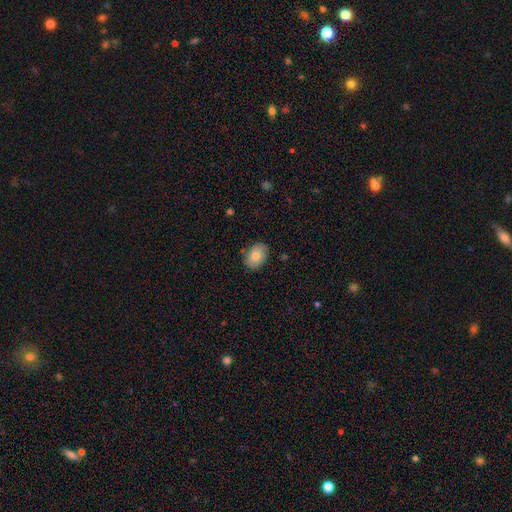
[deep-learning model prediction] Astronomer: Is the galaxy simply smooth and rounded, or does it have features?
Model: smooth — 78%.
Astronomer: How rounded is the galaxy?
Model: in between — 79%.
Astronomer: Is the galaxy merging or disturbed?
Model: none — 84%.